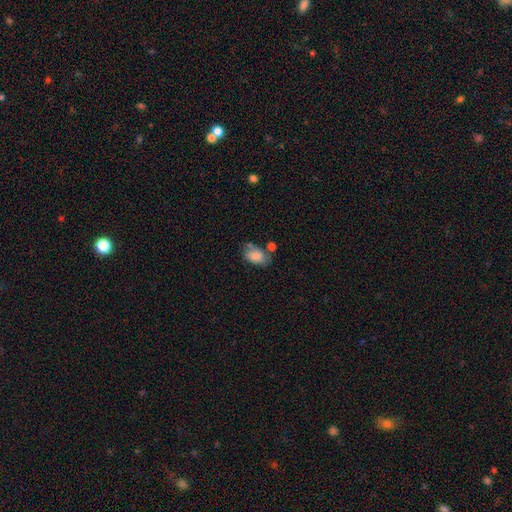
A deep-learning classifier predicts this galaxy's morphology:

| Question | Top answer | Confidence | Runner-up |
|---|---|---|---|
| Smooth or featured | smooth | 77% | featured or disk (15%) |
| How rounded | in between | 89% | round (10%) |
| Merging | none | 44% | minor disturbance (27%) |